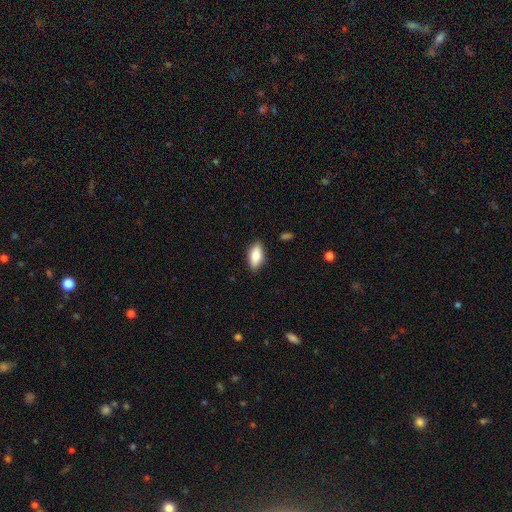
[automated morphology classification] type=smooth (82%); roundness=in between (87%); merging=none (86%).